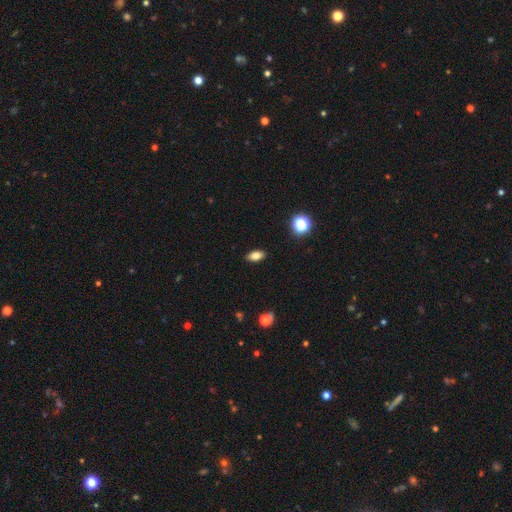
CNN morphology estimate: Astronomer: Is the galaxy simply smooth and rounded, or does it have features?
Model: smooth — 81%.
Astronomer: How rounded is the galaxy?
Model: in between — 87%.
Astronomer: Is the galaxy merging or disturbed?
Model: none — 89%.